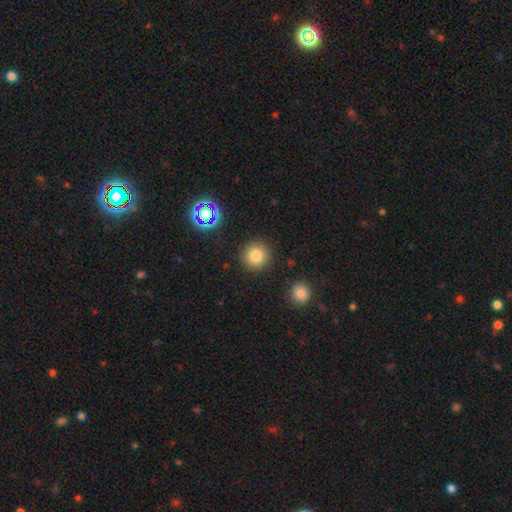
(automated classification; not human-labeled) A smooth galaxy with no disk features (81%) that is round (94%).

Vote fractions:
- Smooth or featured? smooth: 81% / star or artifact: 13% / featured or disk: 6%
- How rounded? round: 94% / in between: 5% / cigar-shaped: 1%
- Merging? none: 89% / minor disturbance: 6% / major disturbance: 3% / merger: 2%